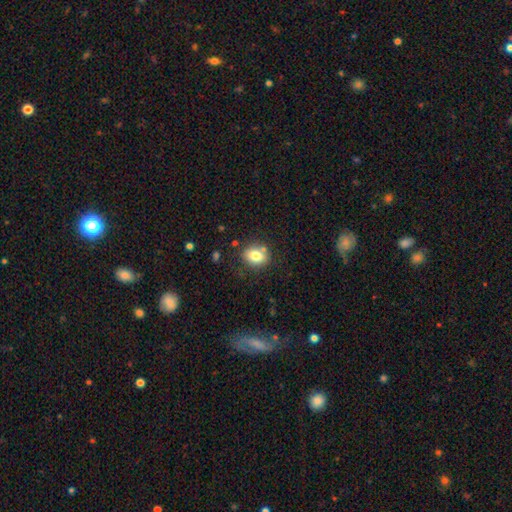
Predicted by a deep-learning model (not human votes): smooth 79%, featured or disk 12%, star or artifact 10%. Down the decision tree: how rounded — in between (52%); merging — none (77%).